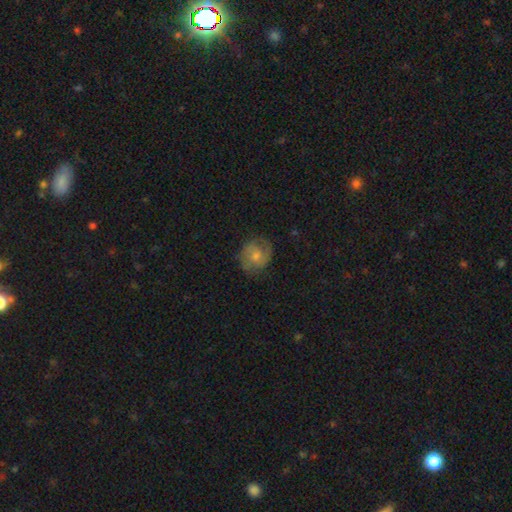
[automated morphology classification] Smooth or featured: featured or disk — 51% (smooth — 42%)
Edge-on disk: no — 97% (yes — 3%)
Merging: none — 71% (minor disturbance — 20%)